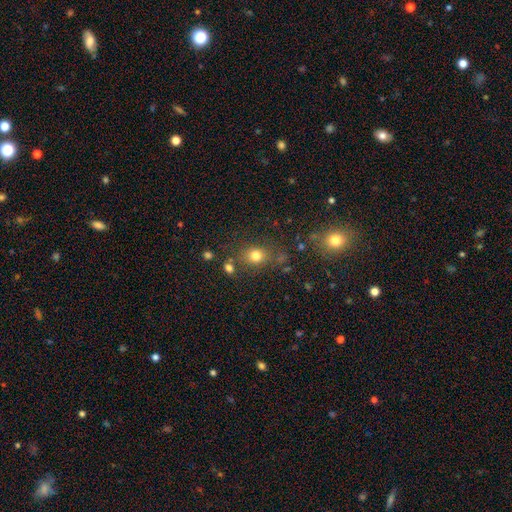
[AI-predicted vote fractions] smooth_or_featured: smooth (p=0.77) [alt: star or artifact p=0.15]
how_rounded: round (p=0.65) [alt: in between p=0.33]
merging: none (p=0.72) [alt: minor disturbance p=0.14]